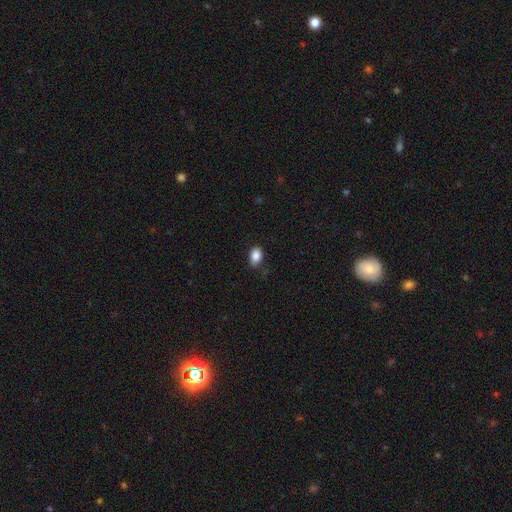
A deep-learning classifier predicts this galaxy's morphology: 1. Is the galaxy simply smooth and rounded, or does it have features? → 86% smooth, 9% star or artifact, 5% featured or disk.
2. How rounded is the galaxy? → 77% in between, 21% round, 1% cigar-shaped.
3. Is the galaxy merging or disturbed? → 71% none, 22% minor disturbance, 5% major disturbance, 1% merger.